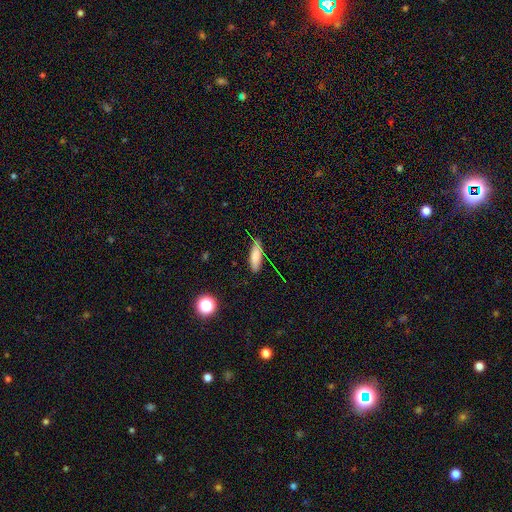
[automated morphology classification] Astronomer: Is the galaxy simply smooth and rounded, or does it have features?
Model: smooth — 74%.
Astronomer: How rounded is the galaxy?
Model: in between — 56% (runner-up: cigar-shaped, 41%).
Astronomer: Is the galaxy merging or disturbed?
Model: none — 66%.